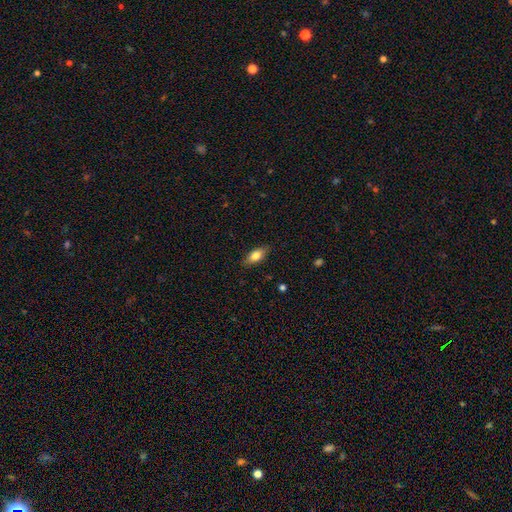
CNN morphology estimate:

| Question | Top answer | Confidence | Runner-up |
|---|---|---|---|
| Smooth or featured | smooth | 74% | featured or disk (20%) |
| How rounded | in between | 80% | cigar-shaped (16%) |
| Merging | none | 85% | minor disturbance (12%) |